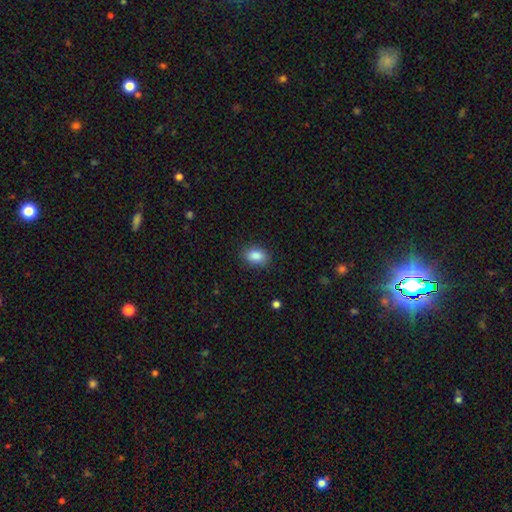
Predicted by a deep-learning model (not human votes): Smooth or featured: smooth — 87% (star or artifact — 8%)
How rounded: in between — 83% (round — 16%)
Merging: none — 86% (minor disturbance — 10%)